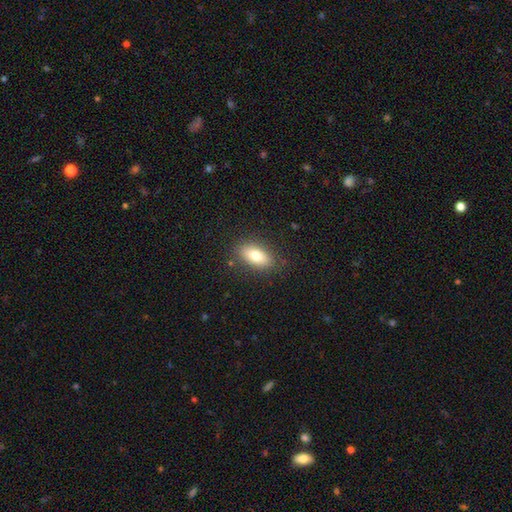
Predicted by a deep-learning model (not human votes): This is likely a smooth galaxy (79%). How rounded: clearly in between (87%). Merging: clearly none (84%).